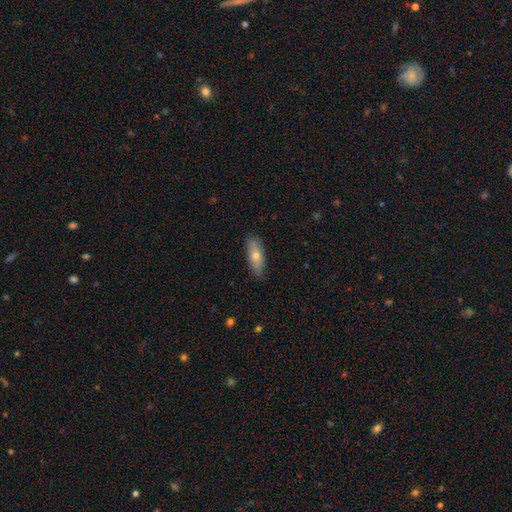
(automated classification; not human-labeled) Q: Smooth or featured?
A: smooth (63%); runner-up: featured or disk (30%)
Q: How rounded?
A: in between (62%); runner-up: cigar-shaped (34%)
Q: Merging?
A: none (85%); runner-up: minor disturbance (12%)